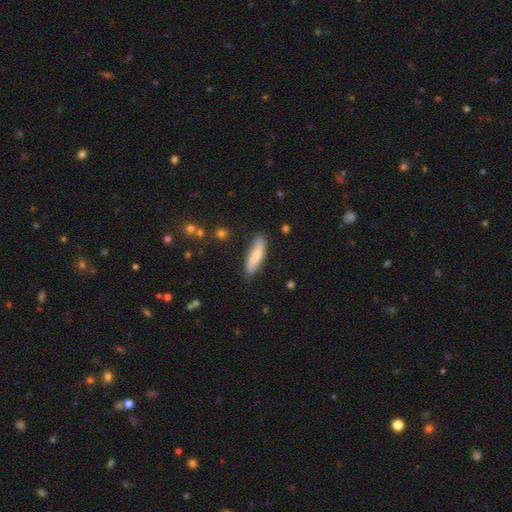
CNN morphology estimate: Smooth or featured: smooth — 71% (featured or disk — 23%)
How rounded: cigar-shaped — 65% (in between — 33%)
Merging: none — 77% (minor disturbance — 18%)